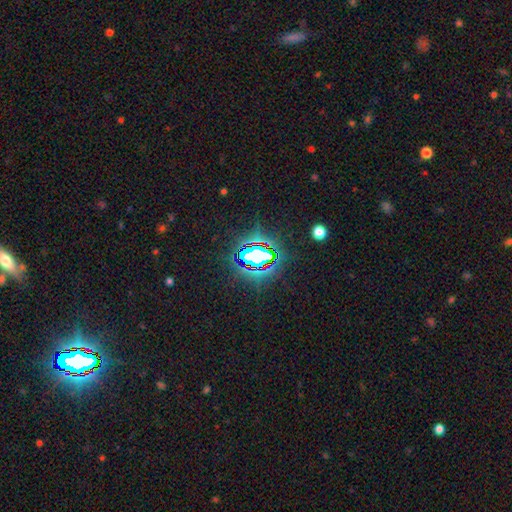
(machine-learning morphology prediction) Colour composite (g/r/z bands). It shows a star or artifact, not a galaxy (75%).